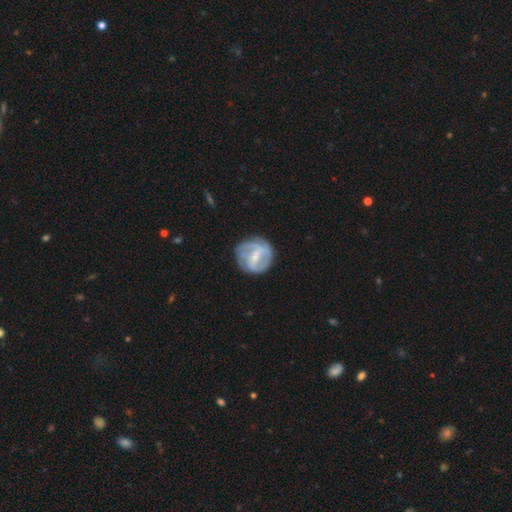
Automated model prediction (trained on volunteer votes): Morphology: type=featured or disk (74%); edge-on=no (97%); bar=weak (47%); spiral arms=yes (84%); winding=medium (40%); arm count=2 (49%); bulge=small (53%); merging=none (69%).